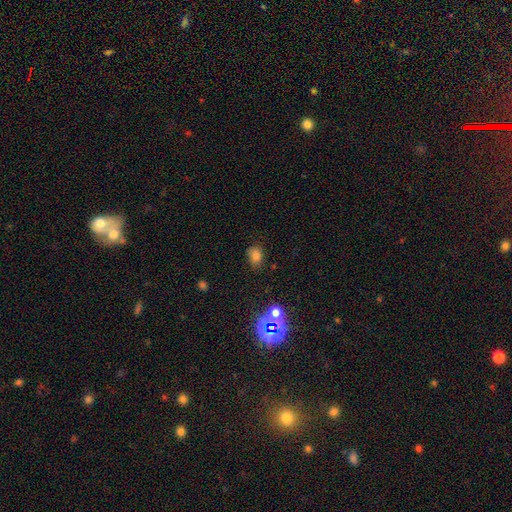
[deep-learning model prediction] smooth-or-featured: smooth: 75% | star or artifact: 18% | featured or disk: 7%
  how-rounded: in between: 63% | round: 36% | cigar-shaped: 1%
  merging: none: 75% | minor disturbance: 17% | major disturbance: 5% | merger: 3%